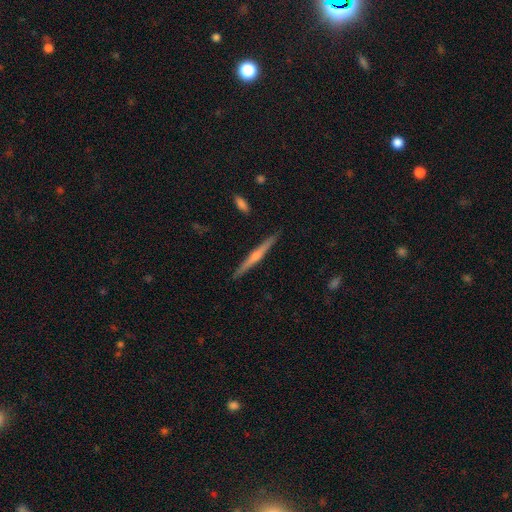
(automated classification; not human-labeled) Overall: featured or disk (69%). Edge-on disk: yes (98%). Edge-on bulge: rounded (80%). Merging: none (91%).